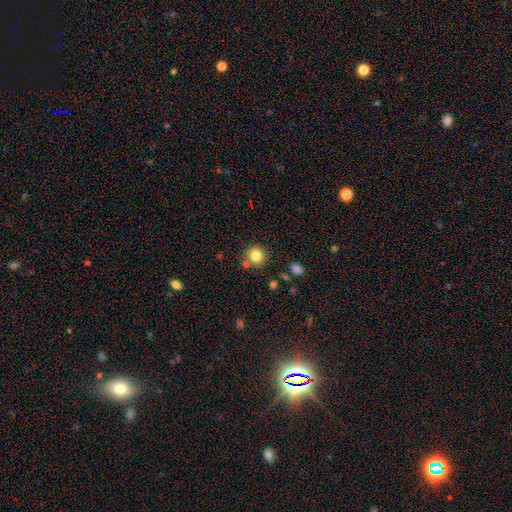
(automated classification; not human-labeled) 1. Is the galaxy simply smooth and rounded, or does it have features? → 83% smooth, 11% star or artifact, 7% featured or disk.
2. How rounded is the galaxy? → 90% round, 9% in between, 1% cigar-shaped.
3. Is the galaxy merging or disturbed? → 78% none, 10% merger, 9% minor disturbance, 3% major disturbance.